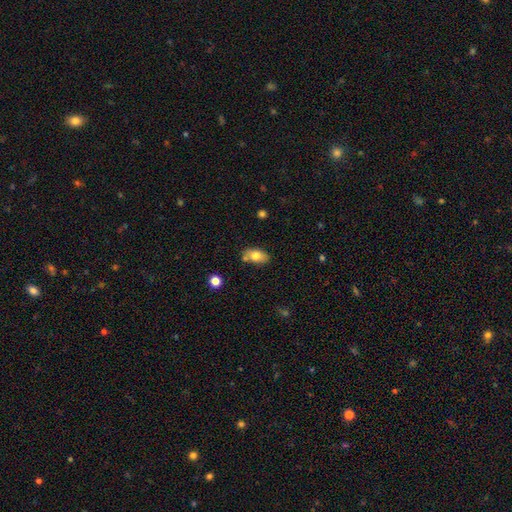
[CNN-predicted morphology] Smooth or featured?
  - smooth: 76% *
  - featured or disk: 16%
  - star or artifact: 8%
How rounded?
  - in between: 89% *
  - round: 8%
  - cigar-shaped: 3%
Merging?
  - none: 71% *
  - minor disturbance: 15%
  - merger: 11%
  - major disturbance: 3%